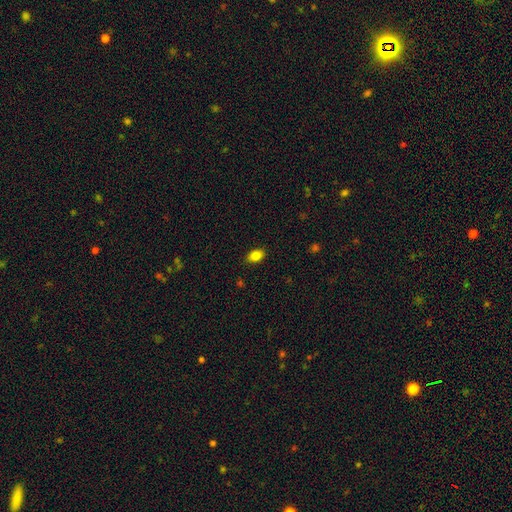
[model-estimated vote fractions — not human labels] This appears to be a smooth galaxy with no disk features (84%) that is in between round and cigar-shaped (85%). Merging: none (87%).